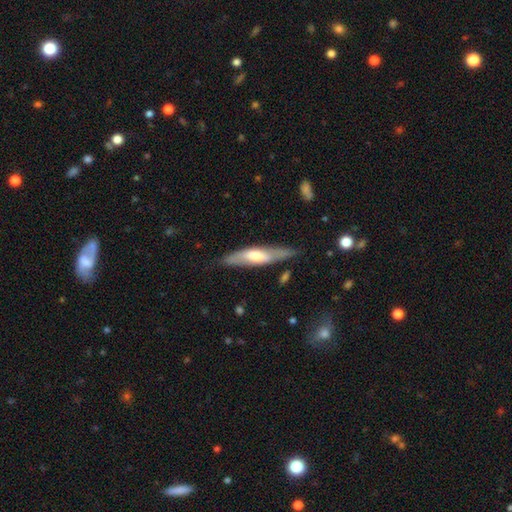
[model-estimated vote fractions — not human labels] smooth_or_featured: featured or disk (p=0.52) [alt: smooth p=0.42]
disk_edge_on: yes (p=0.76) [alt: no p=0.24]
merging: none (p=0.78) [alt: minor disturbance p=0.17]